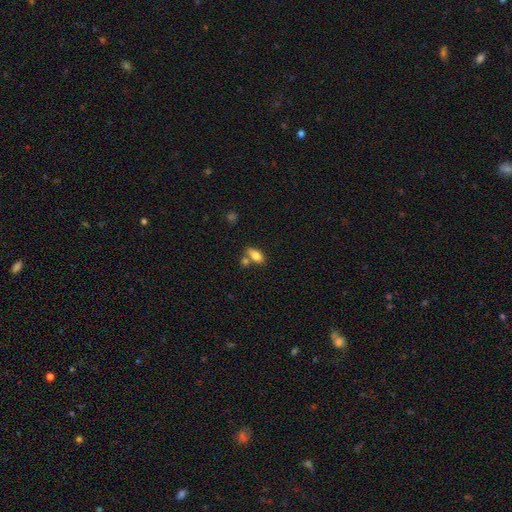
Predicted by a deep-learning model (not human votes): Smooth or featured: smooth — 78% (featured or disk — 15%)
How rounded: in between — 85% (cigar-shaped — 10%)
Merging: none — 56% (merger — 26%)